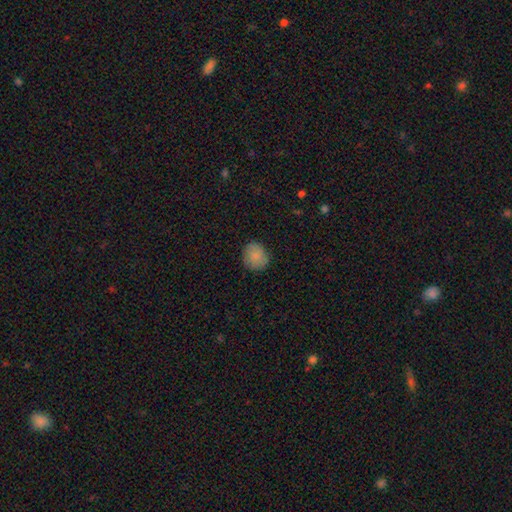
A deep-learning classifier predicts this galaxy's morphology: smooth-or-featured: smooth: 86% | star or artifact: 8% | featured or disk: 6%
  how-rounded: round: 81% | in between: 18% | cigar-shaped: 1%
  merging: none: 83% | minor disturbance: 13% | major disturbance: 3% | merger: 1%